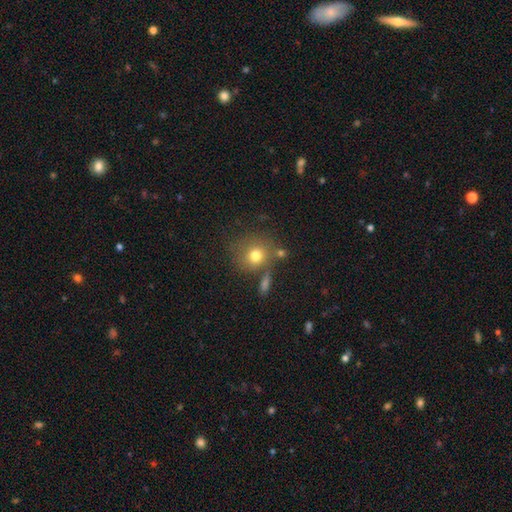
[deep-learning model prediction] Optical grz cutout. It shows a smooth galaxy with no disk features (75%) that is round (85%). Merging: none (68%).